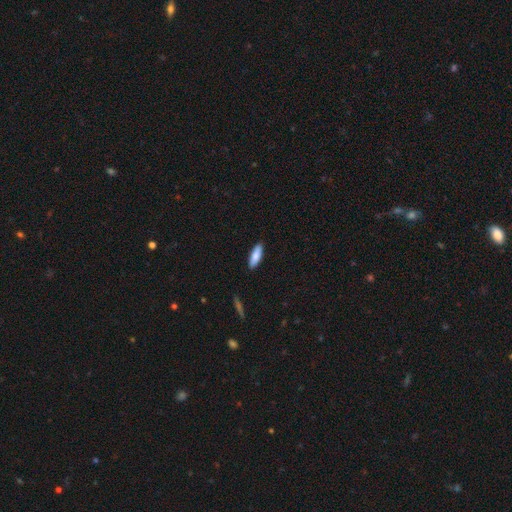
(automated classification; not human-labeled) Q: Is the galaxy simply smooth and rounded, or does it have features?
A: smooth — 81%.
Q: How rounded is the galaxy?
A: in between — 55%.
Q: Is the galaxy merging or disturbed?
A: none — 89%.